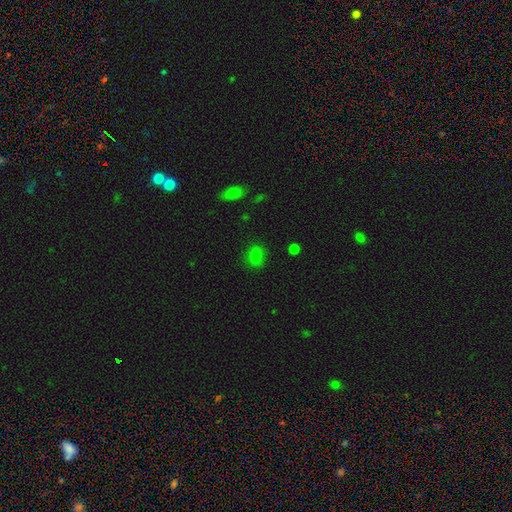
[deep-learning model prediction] This appears to be a smooth galaxy with no disk features (80%) that is in between round and cigar-shaped (56%). Merging: none (83%).